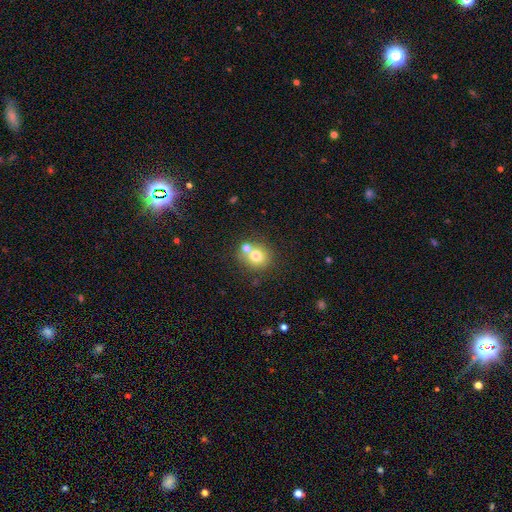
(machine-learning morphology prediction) Smooth or featured? smooth (72%)
How rounded? round (83%)
Merging? none (57%)